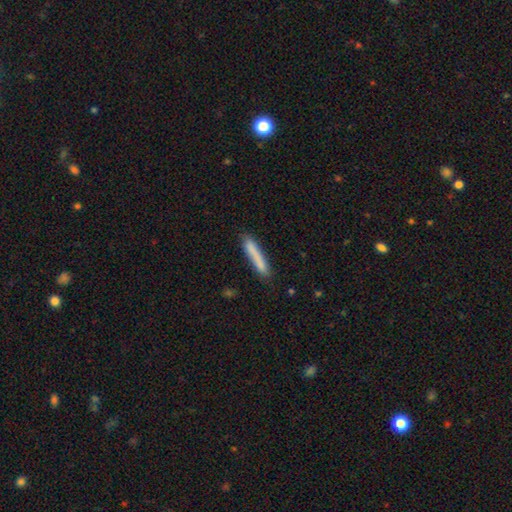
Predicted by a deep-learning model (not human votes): smooth_or_featured: smooth (p=0.79) [alt: featured or disk p=0.14]
how_rounded: cigar-shaped (p=0.94) [alt: in between p=0.05]
merging: none (p=0.80) [alt: minor disturbance p=0.14]